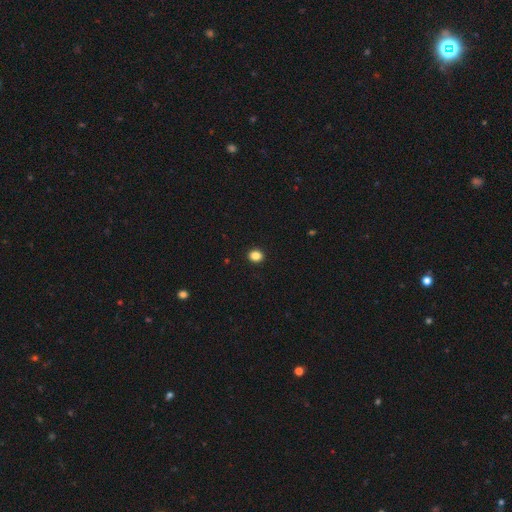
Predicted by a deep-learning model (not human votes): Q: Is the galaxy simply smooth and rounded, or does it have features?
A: smooth — 85%.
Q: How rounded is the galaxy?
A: round — 70%.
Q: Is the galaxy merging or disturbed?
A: none — 92%.